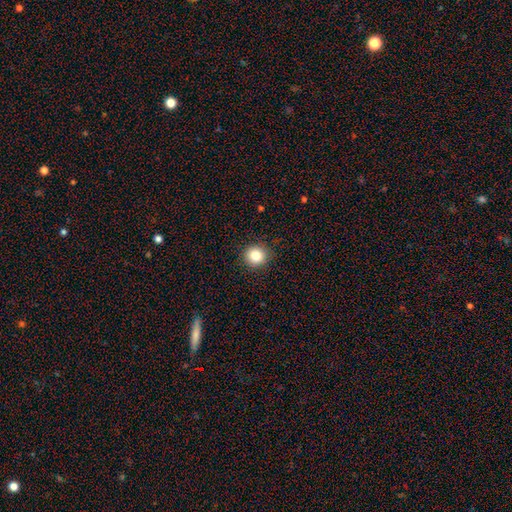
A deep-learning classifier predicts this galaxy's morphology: A smooth galaxy with no disk features (82%) that is round (89%).

Vote fractions:
- Smooth or featured? smooth: 82% / star or artifact: 11% / featured or disk: 7%
- How rounded? round: 89% / in between: 10% / cigar-shaped: 1%
- Merging? none: 90% / minor disturbance: 7% / major disturbance: 2% / merger: 1%